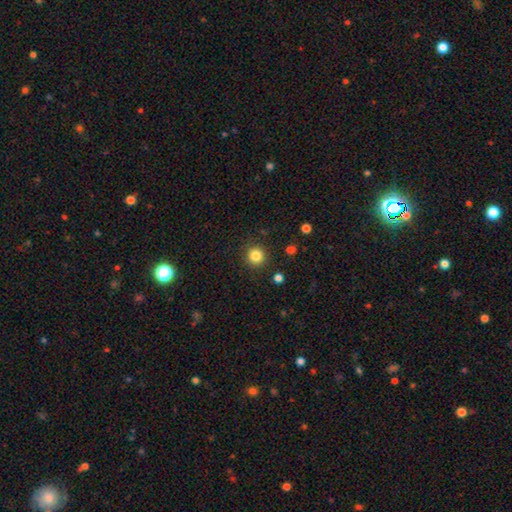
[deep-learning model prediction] Morphology: type=smooth (84%); roundness=round (93%); merging=none (90%).